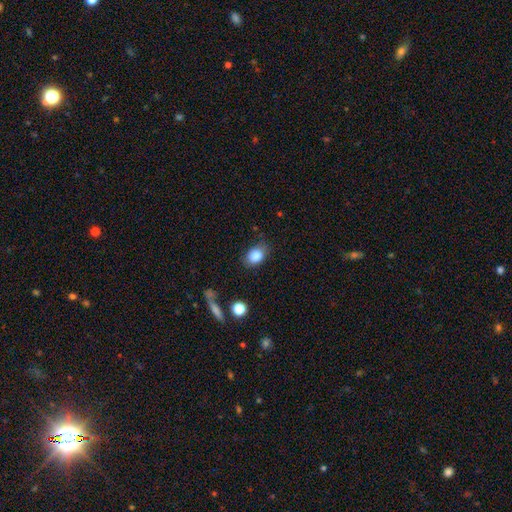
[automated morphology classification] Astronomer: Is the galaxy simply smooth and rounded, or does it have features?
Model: smooth — 85%.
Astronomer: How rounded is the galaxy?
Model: in between — 73%.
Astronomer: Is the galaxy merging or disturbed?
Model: none — 75%.